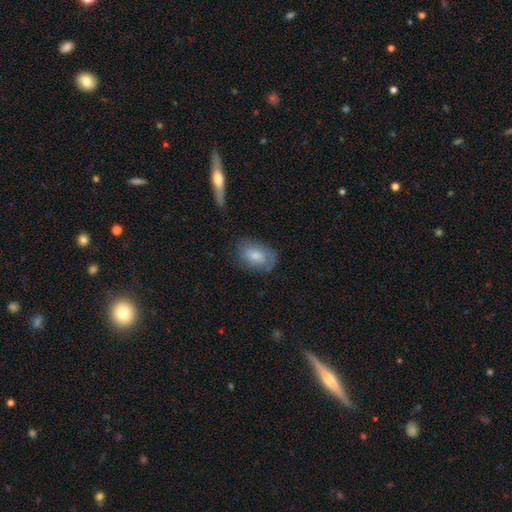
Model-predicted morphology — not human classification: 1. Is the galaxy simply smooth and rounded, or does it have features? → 66% smooth, 27% featured or disk, 7% star or artifact.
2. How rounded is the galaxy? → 87% in between, 11% round, 2% cigar-shaped.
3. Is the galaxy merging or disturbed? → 67% none, 23% minor disturbance, 8% major disturbance, 2% merger.